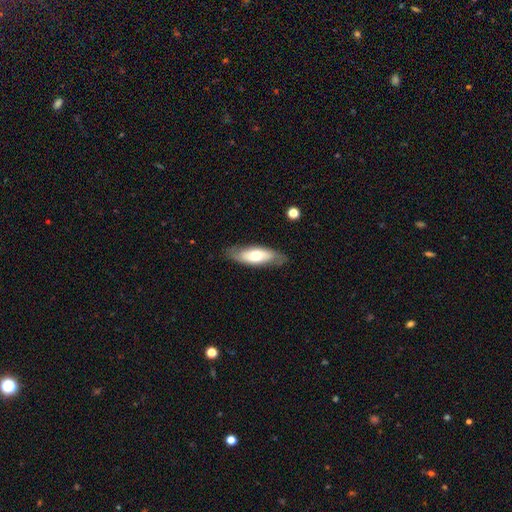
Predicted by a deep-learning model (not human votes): smooth 54%, featured or disk 40%, star or artifact 6%. Down the decision tree: how rounded — in between (68%); merging — none (80%).